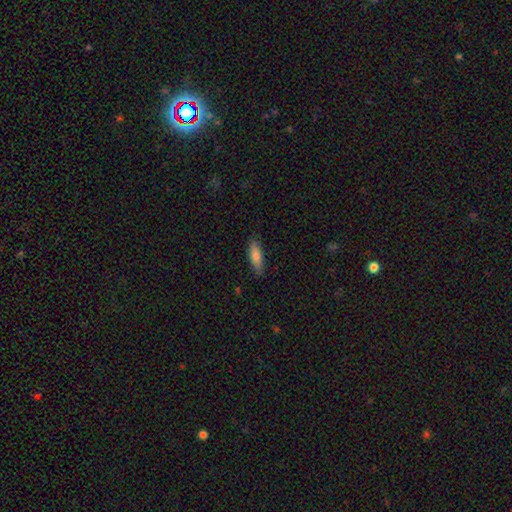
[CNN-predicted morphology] smooth_or_featured: smooth (p=0.81) [alt: featured or disk p=0.12]
how_rounded: cigar-shaped (p=0.52) [alt: in between p=0.46]
merging: none (p=0.86) [alt: minor disturbance p=0.11]